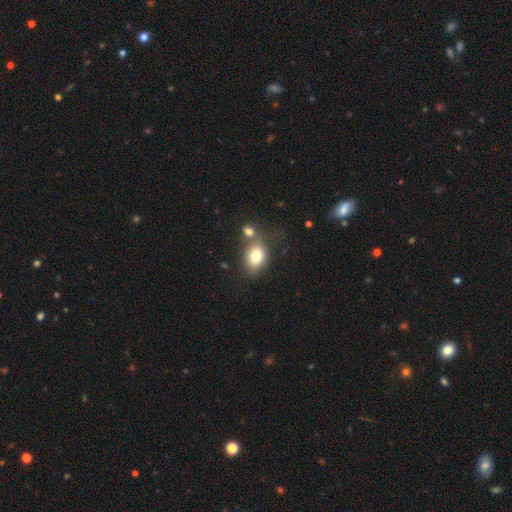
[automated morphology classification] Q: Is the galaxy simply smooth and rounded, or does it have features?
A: smooth — 78%.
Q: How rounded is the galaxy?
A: in between — 71%.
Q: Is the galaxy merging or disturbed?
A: none — 53%.